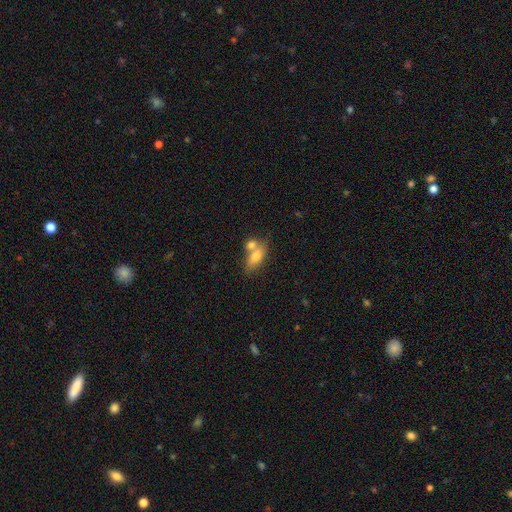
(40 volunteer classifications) smooth_or_featured: smooth (p=0.72) [alt: featured or disk p=0.23]
how_rounded: in between (p=0.59) [alt: cigar-shaped p=0.34]
merging: merger (p=0.58) [alt: none p=0.26]